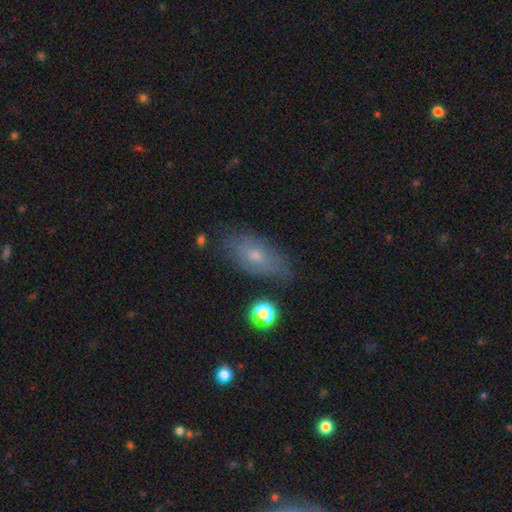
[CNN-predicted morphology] Smooth or featured? Predicted: smooth (p=0.52). How rounded? Predicted: in between (p=0.85). Merging? Predicted: none (p=0.72).